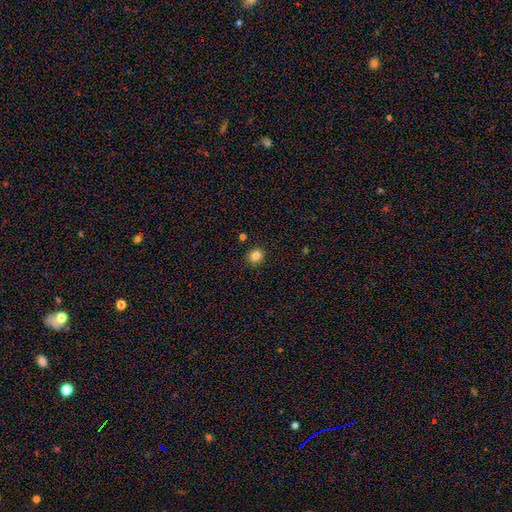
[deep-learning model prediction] This appears to be a smooth galaxy with no disk features (83%) that is round (87%). Merging: none (89%).